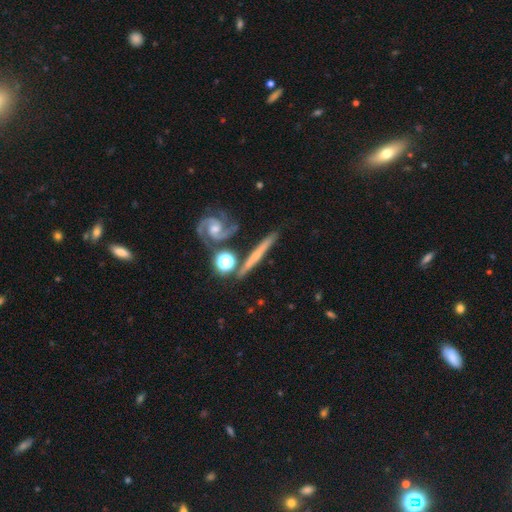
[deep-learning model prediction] smooth_or_featured: featured or disk (p=0.69) [alt: smooth p=0.24]
disk_edge_on: yes (p=0.72) [alt: no p=0.28]
merging: none (p=0.75) [alt: minor disturbance p=0.12]